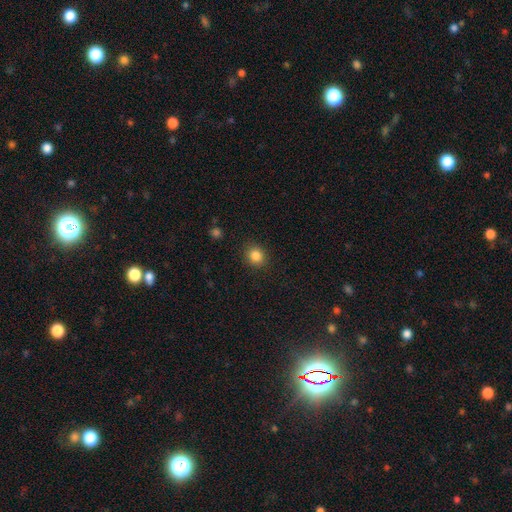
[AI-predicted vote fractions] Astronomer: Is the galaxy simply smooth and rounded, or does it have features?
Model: smooth — 85%.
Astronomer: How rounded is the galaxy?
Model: round — 79%.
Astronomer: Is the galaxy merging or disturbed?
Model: none — 90%.